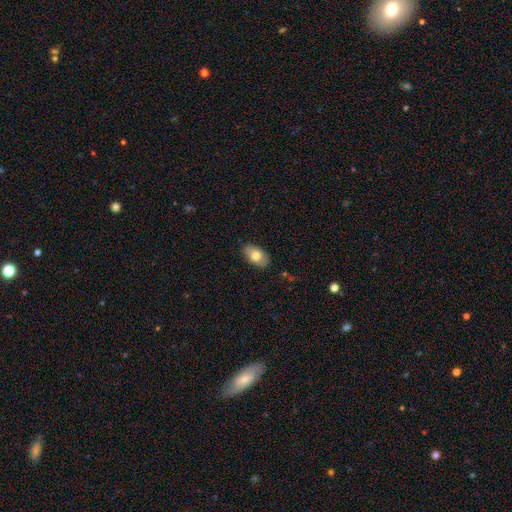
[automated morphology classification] Q: Smooth or featured?
A: smooth (73%); runner-up: featured or disk (20%)
Q: How rounded?
A: in between (92%); runner-up: round (6%)
Q: Merging?
A: none (80%); runner-up: minor disturbance (16%)